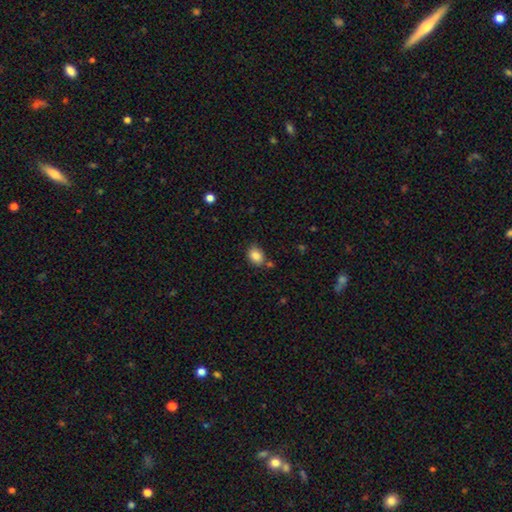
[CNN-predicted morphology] This appears to be a smooth galaxy with no disk features (85%) that is in between round and cigar-shaped (61%). Merging: none (73%).